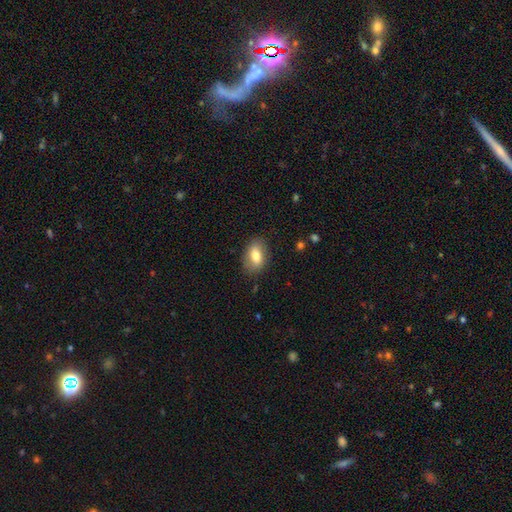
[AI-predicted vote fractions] This is likely a smooth galaxy (76%). How rounded: clearly in between (86%). Merging: clearly none (82%).